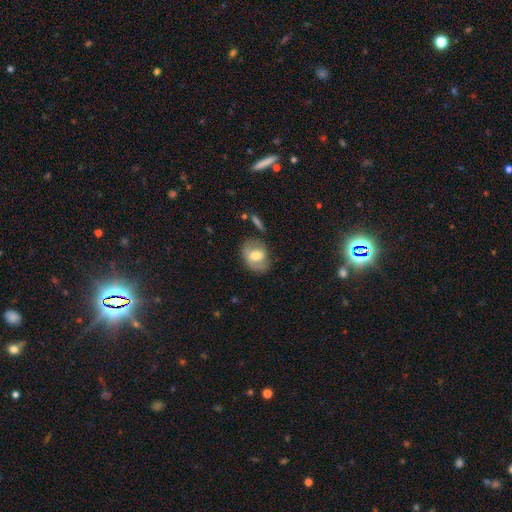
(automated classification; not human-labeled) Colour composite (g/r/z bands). It shows a featured or disk galaxy (47%). Merging: none (64%).